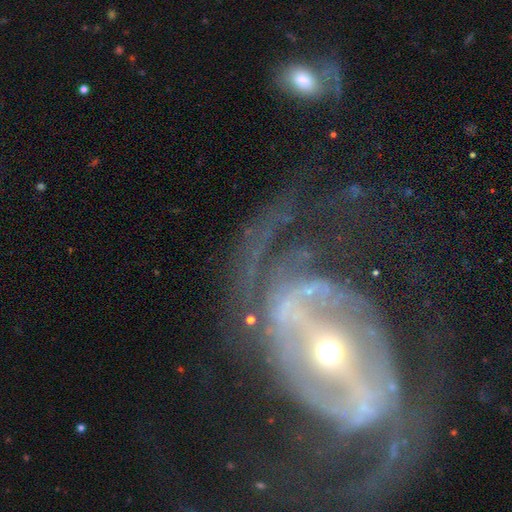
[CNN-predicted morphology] smooth-or-featured: featured or disk: 90% | star or artifact: 5% | smooth: 5%
  disk-edge-on: no: 96% | yes: 4%
    bar: strong: 66% | weak: 23% | no: 11%
    has-spiral-arms: yes: 93% | no: 7%
      spiral-winding: medium: 46% | loose: 28% | tight: 26%
      spiral-arm-count: 2: 78% | can't tell: 8% | 3: 5% | 1: 4% | 4: 3% | more than 4: 3%
    bulge-size: moderate: 51% | small: 44% | large: 4% | dominant: 1% | none: 1%
  merging: none: 58% | major disturbance: 24% | minor disturbance: 15% | merger: 4%